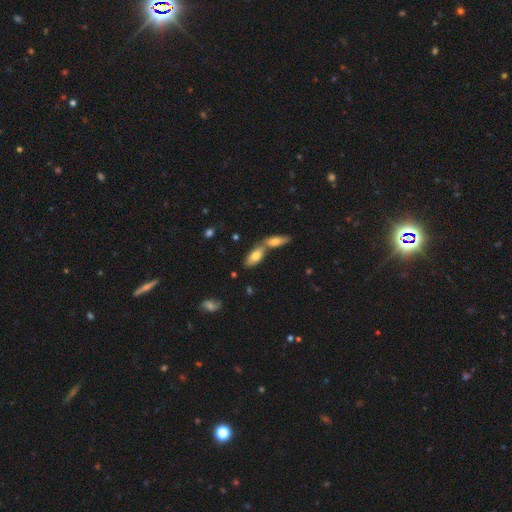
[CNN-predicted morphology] type=smooth (74%); roundness=in between (80%); merging=merger (51%).